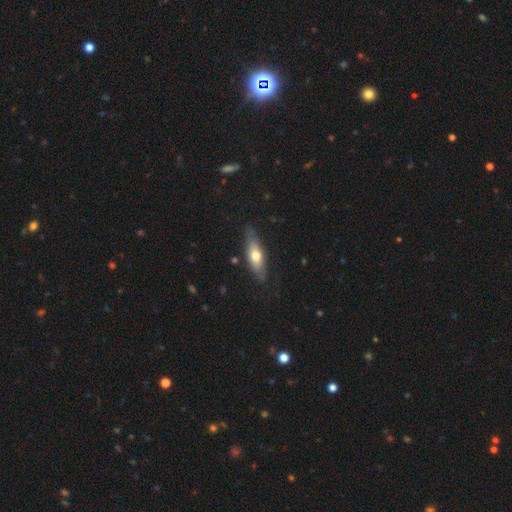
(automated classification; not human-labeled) Smooth or featured? Predicted: smooth (p=0.58). How rounded? Predicted: in between (p=0.51). Merging? Predicted: none (p=0.77).